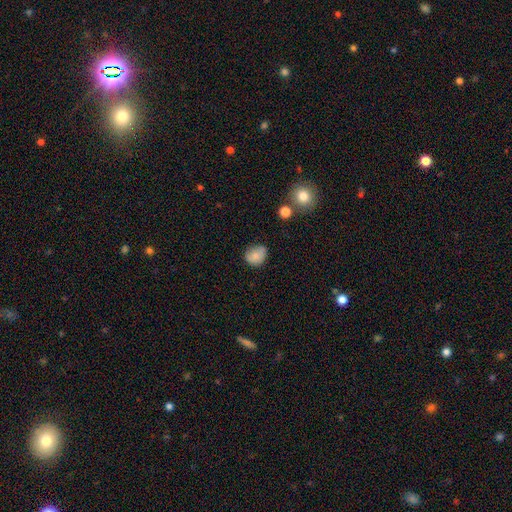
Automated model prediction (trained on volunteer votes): A smooth galaxy with no disk features (80%) that is round (65%).

Vote fractions:
- Smooth or featured? smooth: 80% / featured or disk: 11% / star or artifact: 9%
- How rounded? round: 65% / in between: 34% / cigar-shaped: 1%
- Merging? none: 66% / minor disturbance: 27% / major disturbance: 5% / merger: 2%